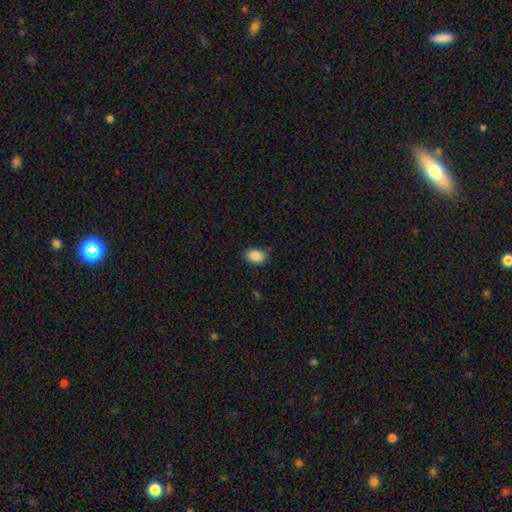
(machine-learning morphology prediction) A smooth galaxy with no disk features (88%) that is in between round and cigar-shaped (80%). Merging: none (81%).